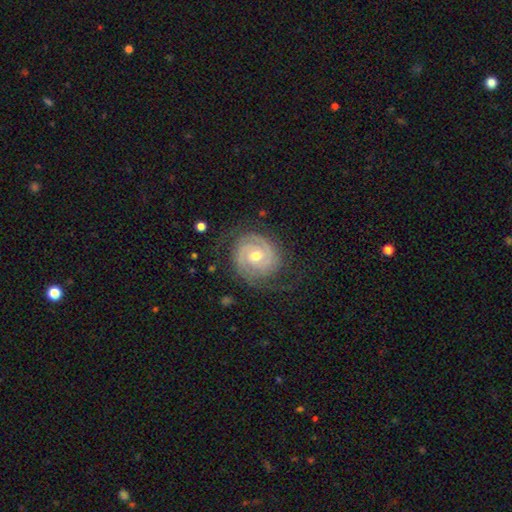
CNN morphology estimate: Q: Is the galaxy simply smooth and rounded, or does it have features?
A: featured or disk — 89%.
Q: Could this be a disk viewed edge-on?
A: no — 98%.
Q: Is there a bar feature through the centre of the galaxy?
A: no — 59%.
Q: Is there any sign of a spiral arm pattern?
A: yes — 97%.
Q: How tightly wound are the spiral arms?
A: tight — 74%.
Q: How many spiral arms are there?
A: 2 — 66%.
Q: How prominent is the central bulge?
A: moderate — 66%.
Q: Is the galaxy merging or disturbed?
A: none — 74%.